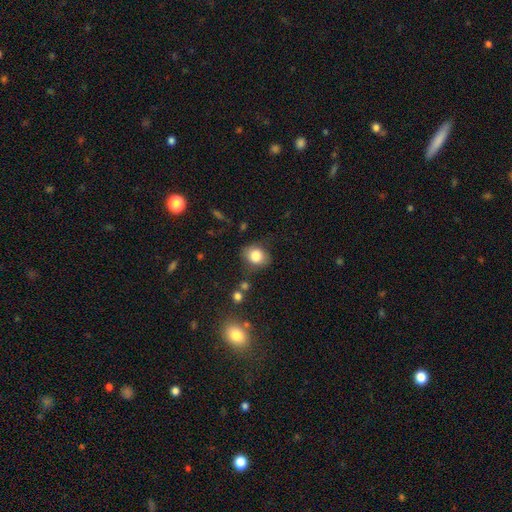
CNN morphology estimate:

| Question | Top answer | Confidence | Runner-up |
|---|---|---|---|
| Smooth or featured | smooth | 82% | star or artifact (10%) |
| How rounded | round | 54% | in between (45%) |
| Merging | none | 71% | minor disturbance (20%) |